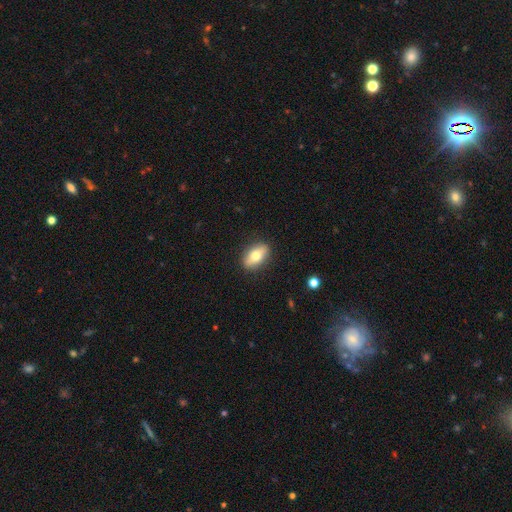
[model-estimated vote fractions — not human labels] smooth_or_featured: smooth (p=0.67) [alt: featured or disk p=0.26]
how_rounded: in between (p=0.84) [alt: round p=0.09]
merging: none (p=0.87) [alt: minor disturbance p=0.09]